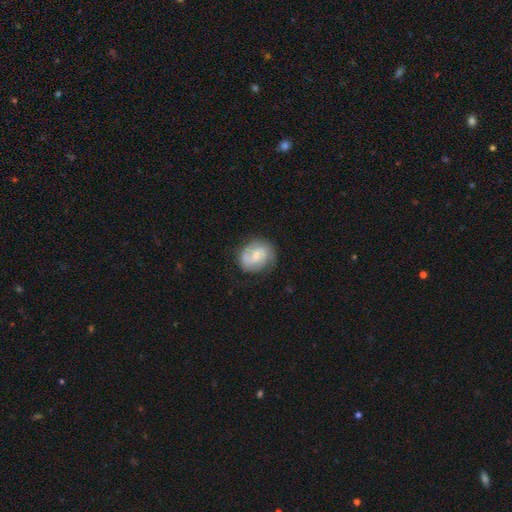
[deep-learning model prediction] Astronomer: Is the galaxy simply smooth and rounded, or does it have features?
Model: featured or disk — 73%.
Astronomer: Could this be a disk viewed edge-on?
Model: no — 98%.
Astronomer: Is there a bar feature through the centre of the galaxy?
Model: weak — 47% (runner-up: no, 44%).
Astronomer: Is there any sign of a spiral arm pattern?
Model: yes — 92%.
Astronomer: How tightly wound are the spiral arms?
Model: medium — 44% (runner-up: tight, 41%).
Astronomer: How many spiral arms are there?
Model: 2 — 81%.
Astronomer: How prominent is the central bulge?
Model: small — 55% (runner-up: moderate, 39%).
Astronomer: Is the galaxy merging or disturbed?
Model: none — 79%.